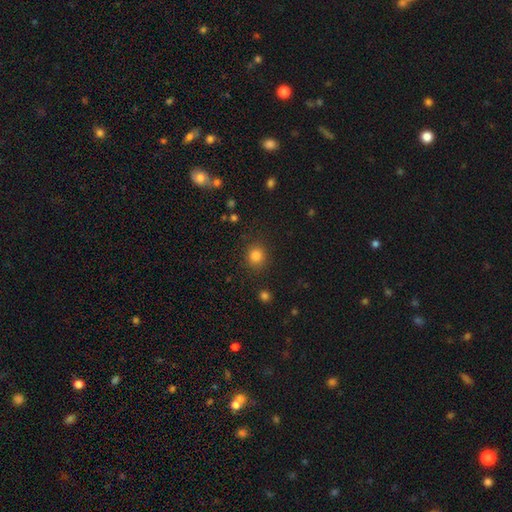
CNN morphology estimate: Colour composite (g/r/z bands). It shows a smooth galaxy with no disk features (83%) that is round (87%). Merging: none (88%).